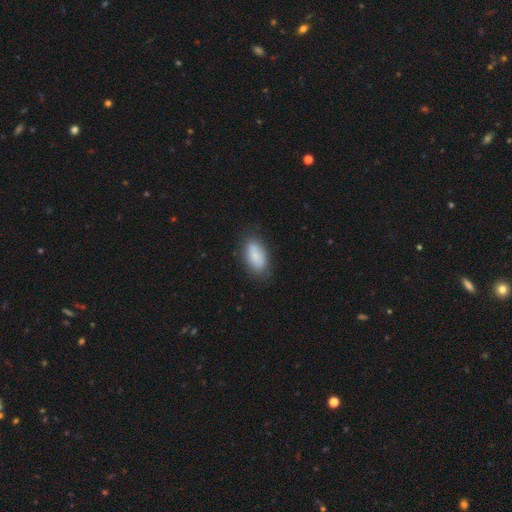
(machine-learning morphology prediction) Smooth or featured?
  - smooth: 82% *
  - featured or disk: 11%
  - star or artifact: 7%
How rounded?
  - in between: 91% *
  - cigar-shaped: 5%
  - round: 4%
Merging?
  - none: 80% *
  - minor disturbance: 15%
  - major disturbance: 4%
  - merger: 2%